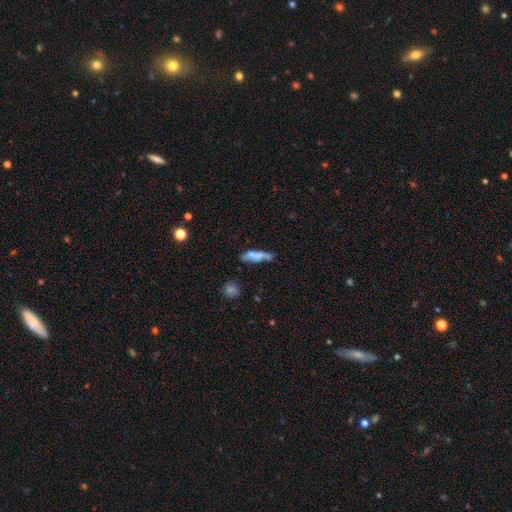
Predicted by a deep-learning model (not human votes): Q: Smooth or featured?
A: smooth (60%); runner-up: featured or disk (31%)
Q: How rounded?
A: cigar-shaped (65%); runner-up: in between (32%)
Q: Merging?
A: none (45%); runner-up: minor disturbance (24%)